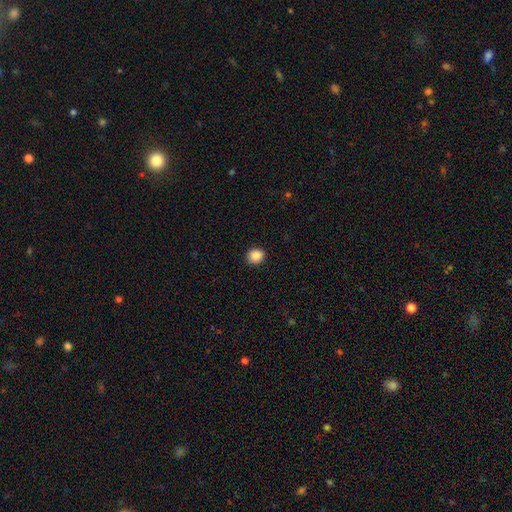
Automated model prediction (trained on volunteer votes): smooth-or-featured: smooth: 88% | star or artifact: 9% | featured or disk: 3%
  how-rounded: round: 81% | in between: 18% | cigar-shaped: 1%
  merging: none: 91% | minor disturbance: 6% | major disturbance: 2% | merger: 1%